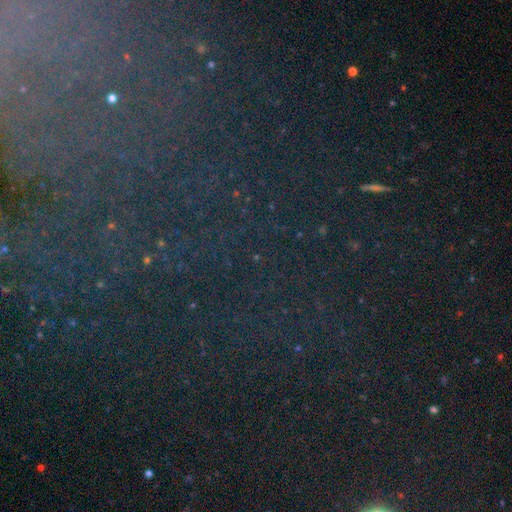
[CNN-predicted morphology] The model was most divided on "smooth or featured": star or artifact: 78%, featured or disk: 11%, smooth: 11%.